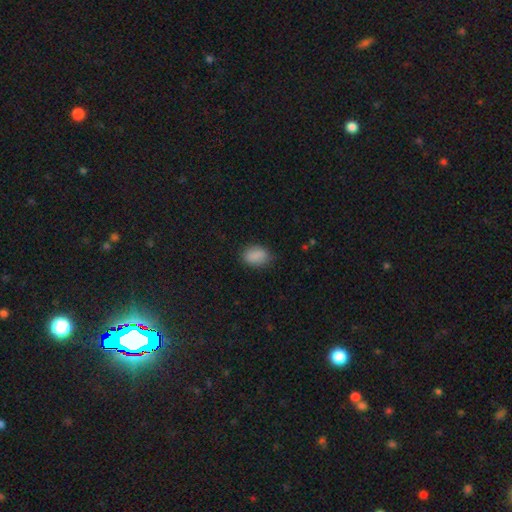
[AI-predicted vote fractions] Morphology: type=smooth (87%); roundness=in between (79%); merging=none (76%).